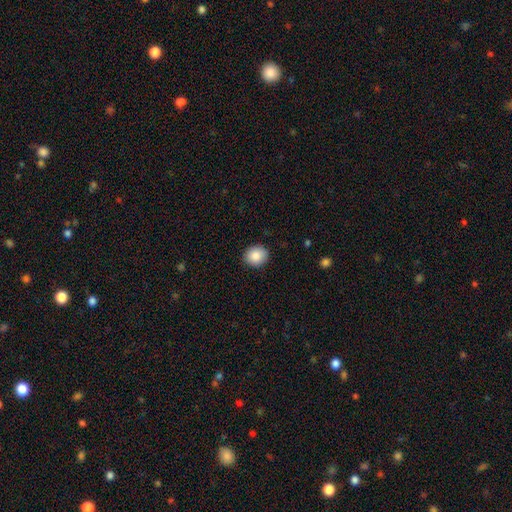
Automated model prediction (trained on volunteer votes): Smooth or featured?
  - smooth: 87% *
  - star or artifact: 8%
  - featured or disk: 5%
How rounded?
  - round: 78% *
  - in between: 21%
  - cigar-shaped: 1%
Merging?
  - none: 90% *
  - minor disturbance: 8%
  - major disturbance: 2%
  - merger: 1%